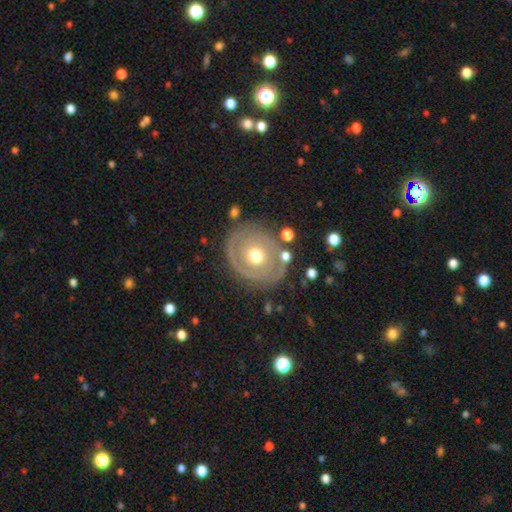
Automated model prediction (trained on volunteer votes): The model was most divided on "spiral arms": no: 56%, yes: 44%. More confident: edge-on disk — no (96%); bar — no (87%); bulge size — moderate (77%); merging — none (74%); smooth or featured — featured or disk (65%).